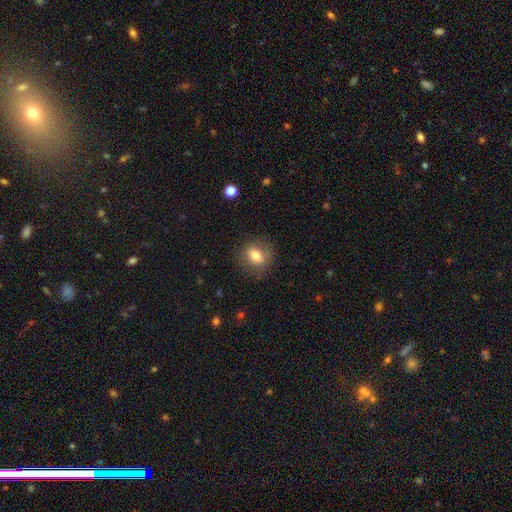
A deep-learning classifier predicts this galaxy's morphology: Smooth or featured?
  - smooth: 76% *
  - featured or disk: 14%
  - star or artifact: 10%
How rounded?
  - round: 63% *
  - in between: 36%
  - cigar-shaped: 1%
Merging?
  - none: 82% *
  - minor disturbance: 13%
  - major disturbance: 4%
  - merger: 1%